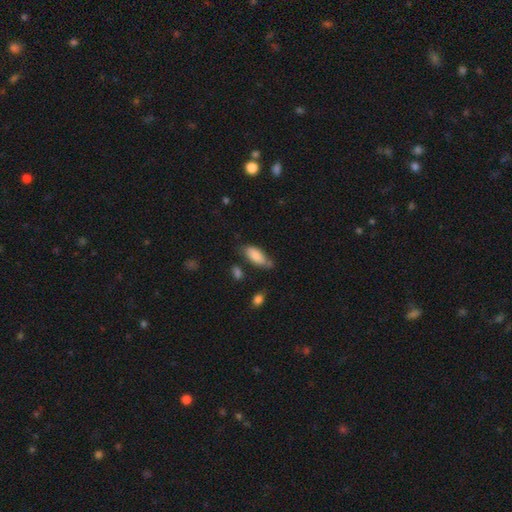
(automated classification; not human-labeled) Overall: smooth (84%). How rounded: in between (84%). Merging: none (60%; minor disturbance 26%).